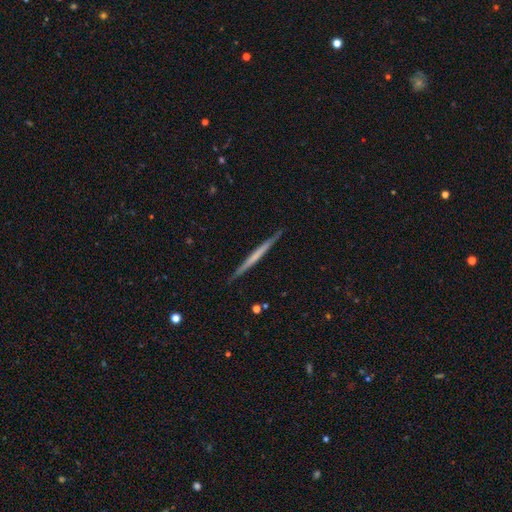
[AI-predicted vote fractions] Smooth or featured: featured or disk — 57% (smooth — 38%)
Edge-on disk: yes — 98% (no — 2%)
Edge-on bulge: none — 86% (rounded — 9%)
Merging: none — 91% (minor disturbance — 7%)